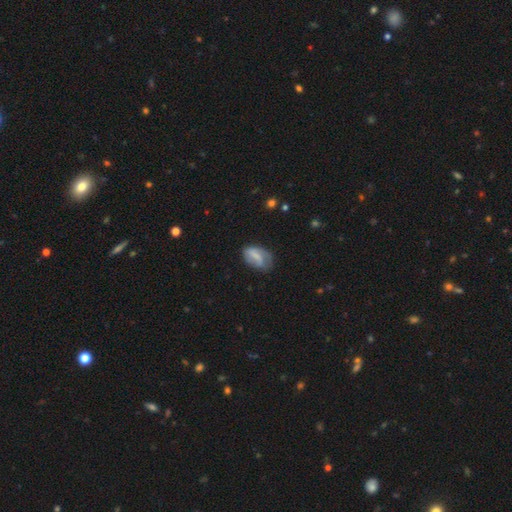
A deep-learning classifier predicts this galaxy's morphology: type=smooth (56%); roundness=in between (89%); merging=none (52%).